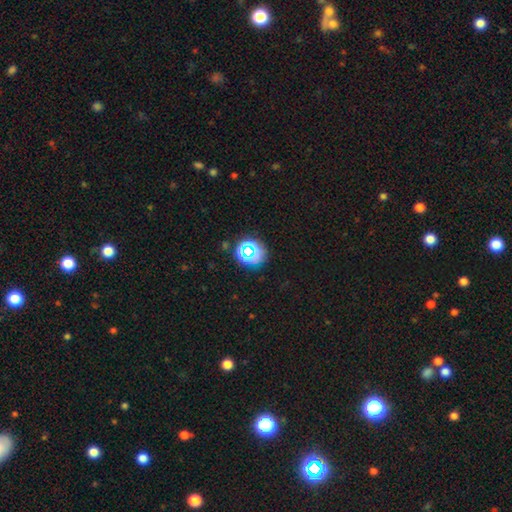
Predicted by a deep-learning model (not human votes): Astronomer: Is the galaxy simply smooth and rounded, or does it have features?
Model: star or artifact — 53% (runner-up: smooth, 36%).